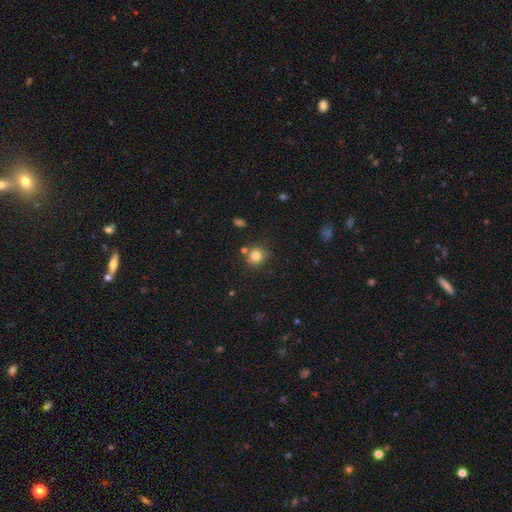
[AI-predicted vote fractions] smooth 80%, star or artifact 12%, featured or disk 7%. Down the decision tree: how rounded — round (84%); merging — none (77%).